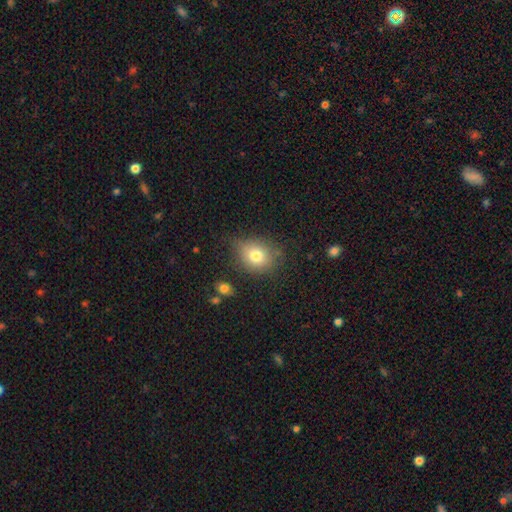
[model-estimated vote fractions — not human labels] Smooth or featured: smooth — 77% (featured or disk — 13%)
How rounded: round — 52% (in between — 47%)
Merging: none — 66% (minor disturbance — 25%)